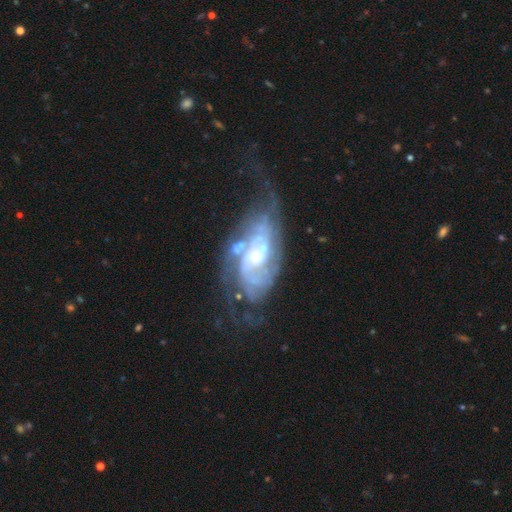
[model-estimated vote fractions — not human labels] A featured or disk galaxy (86%) with no bar (60%), 2 (36%) tight (51%) spiral arms (92%) and a small central bulge (49%). Merging: none (44%).